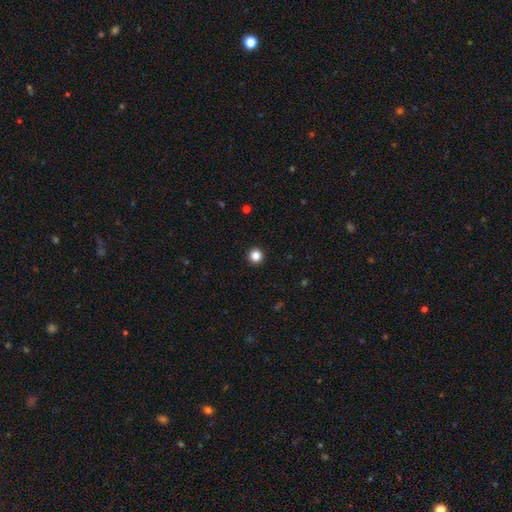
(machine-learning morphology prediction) A smooth galaxy with no disk features (85%) that is round (96%). Merging: none (94%).